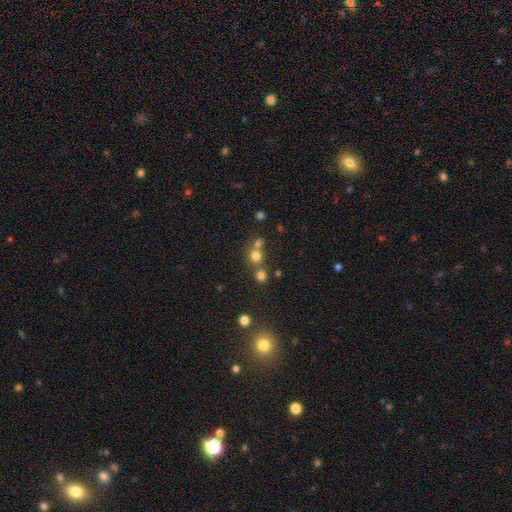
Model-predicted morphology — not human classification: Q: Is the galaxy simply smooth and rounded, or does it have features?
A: smooth — 71%.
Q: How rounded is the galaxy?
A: round — 87%.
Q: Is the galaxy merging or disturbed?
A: none — 51%.